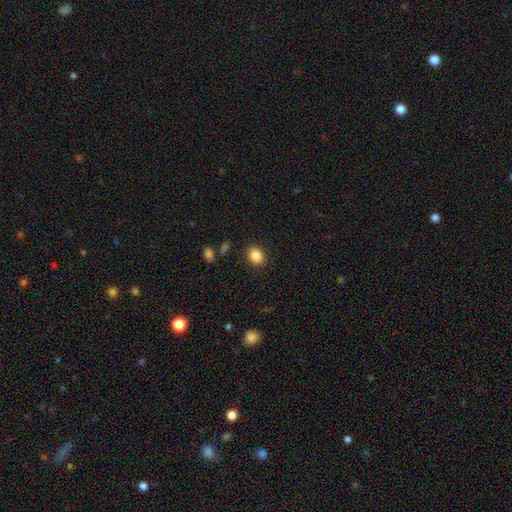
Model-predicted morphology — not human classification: Smooth or featured? Predicted: smooth (p=0.87). How rounded? Predicted: in between (p=0.58). Merging? Predicted: none (p=0.87).